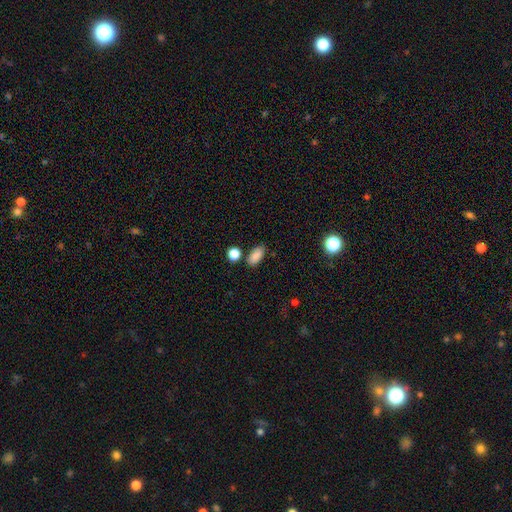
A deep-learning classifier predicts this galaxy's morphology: This is clearly a smooth galaxy (86%). How rounded: clearly in between (91%). Merging: likely none (77%).